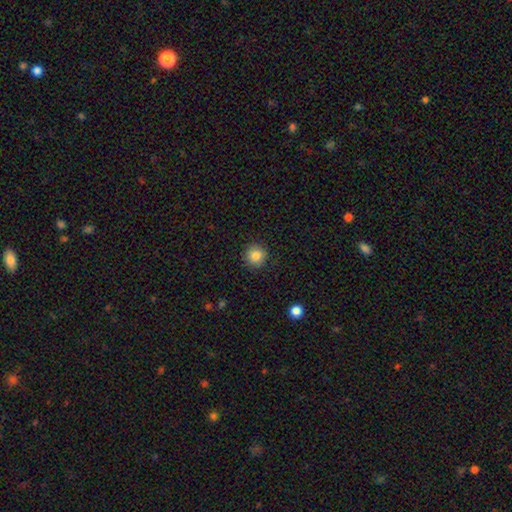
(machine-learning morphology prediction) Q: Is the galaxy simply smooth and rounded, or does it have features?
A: smooth — 85%.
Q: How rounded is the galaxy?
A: round — 94%.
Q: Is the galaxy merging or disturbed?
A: none — 90%.